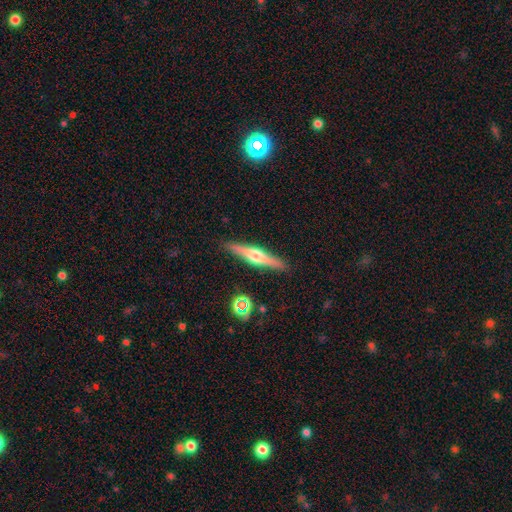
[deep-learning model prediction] Morphology: type=featured or disk (63%); edge-on=yes (96%); edge-on bulge=rounded (91%); merging=none (89%).